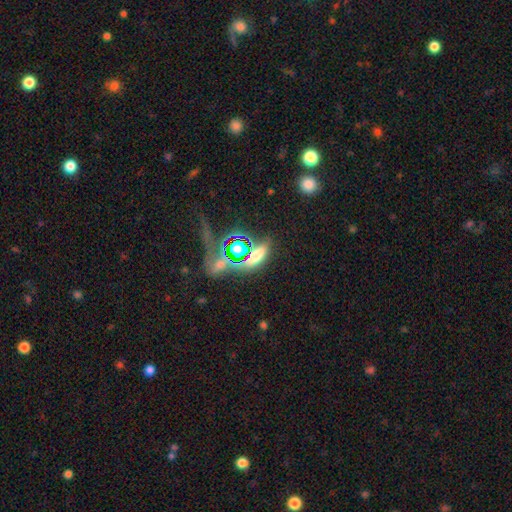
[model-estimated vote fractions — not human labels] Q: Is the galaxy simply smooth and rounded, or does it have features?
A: smooth — 47%.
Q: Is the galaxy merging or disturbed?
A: none — 67%.